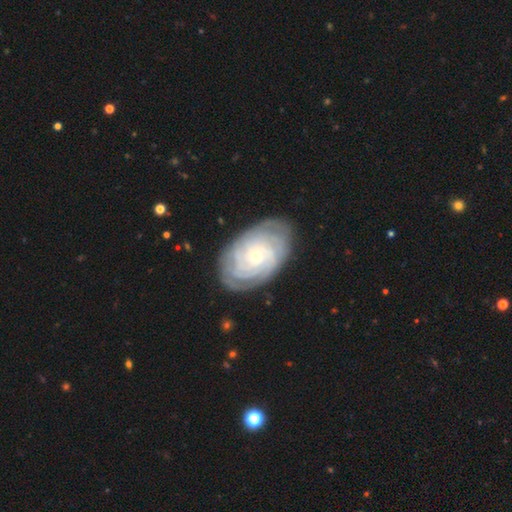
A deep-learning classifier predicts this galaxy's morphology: Smooth or featured? featured or disk (83%)
Edge-on disk? no (96%)
Bar? no (76%)
Spiral arms? yes (95%)
Spiral winding? tight (82%)
Spiral arm count? can't tell (39%)
Bulge size? small (68%)
Merging? none (80%)